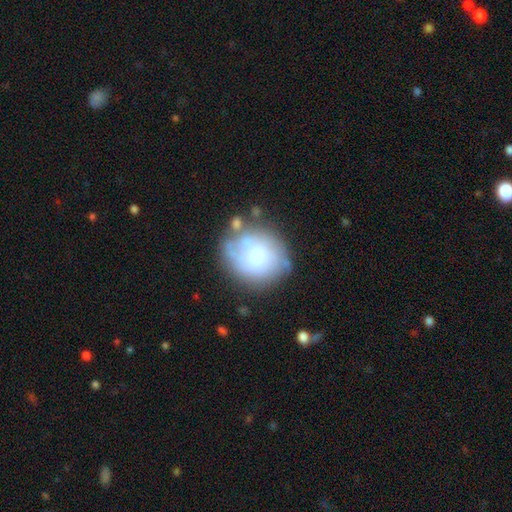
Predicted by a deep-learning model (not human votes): smooth-or-featured: smooth: 53% | featured or disk: 37% | star or artifact: 10%
  how-rounded: round: 74% | in between: 25% | cigar-shaped: 1%
  merging: none: 52% | minor disturbance: 23% | major disturbance: 15% | merger: 11%